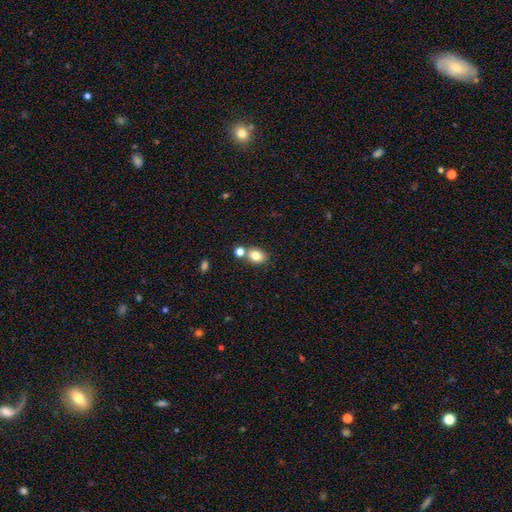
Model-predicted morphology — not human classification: type=smooth (82%); roundness=in between (67%); merging=none (61%).